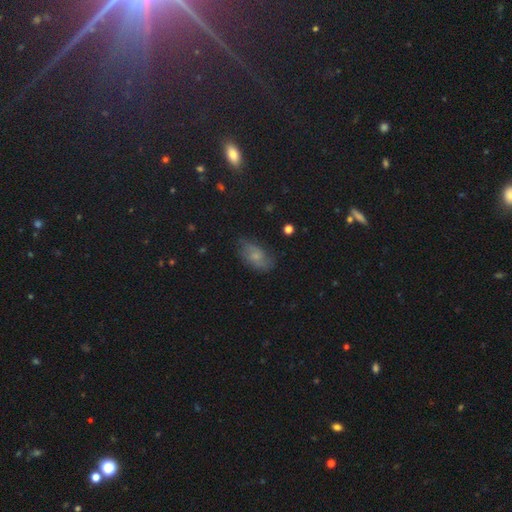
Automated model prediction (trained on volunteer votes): smooth-or-featured: smooth: 54% | featured or disk: 34% | star or artifact: 12%
  how-rounded: in between: 89% | round: 7% | cigar-shaped: 4%
  merging: none: 65% | minor disturbance: 24% | major disturbance: 9% | merger: 2%